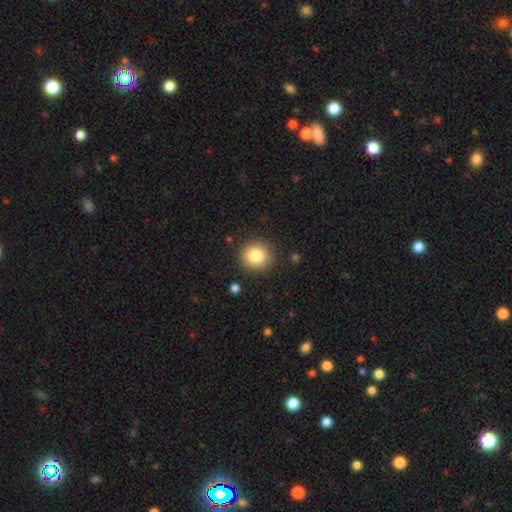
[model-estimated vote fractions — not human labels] This is clearly a smooth galaxy (84%). How rounded: clearly round (93%). Merging: clearly none (89%).